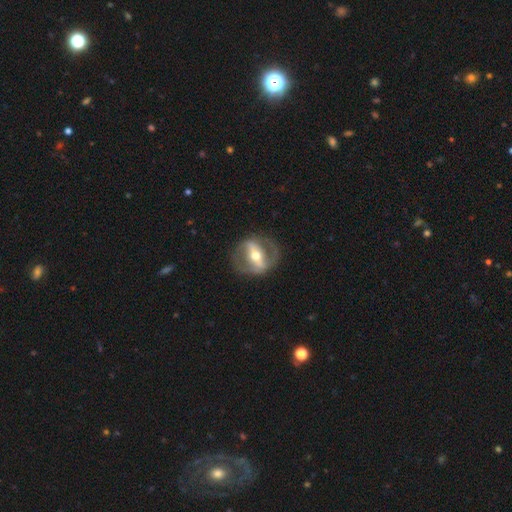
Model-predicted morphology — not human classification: Smooth or featured?
  - featured or disk: 81% *
  - smooth: 14%
  - star or artifact: 5%
Edge-on disk?
  - no: 87% *
  - yes: 13%
Bar?
  - strong: 70% *
  - weak: 19%
  - no: 11%
Spiral arms?
  - yes: 58% *
  - no: 42%
Bulge size?
  - moderate: 70% *
  - small: 20%
  - large: 8%
  - dominant: 1%
  - none: 1%
Merging?
  - none: 77% *
  - minor disturbance: 12%
  - major disturbance: 9%
  - merger: 1%